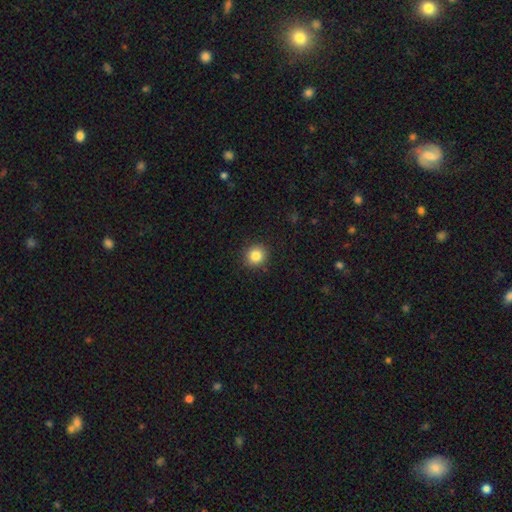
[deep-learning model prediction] smooth_or_featured: smooth (p=0.85) [alt: star or artifact p=0.10]
how_rounded: round (p=0.90) [alt: in between p=0.09]
merging: none (p=0.91) [alt: minor disturbance p=0.06]